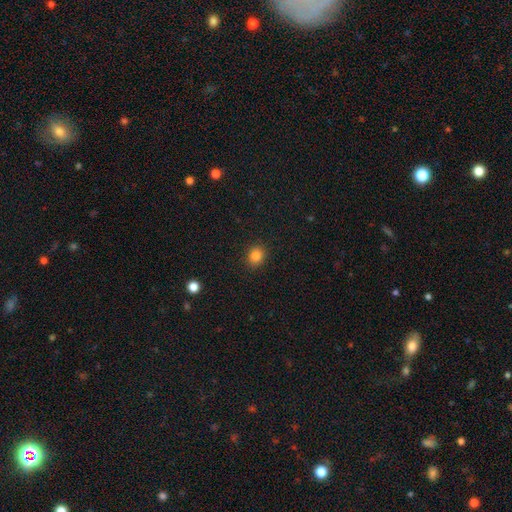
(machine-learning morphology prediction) A smooth galaxy with no disk features (84%) that is round (71%). Merging: none (90%).